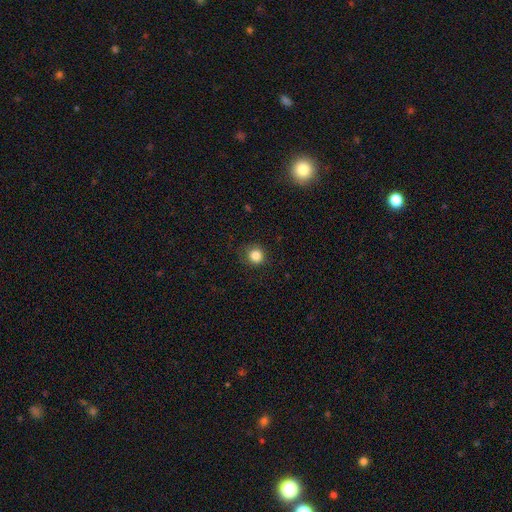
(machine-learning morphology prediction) Smooth or featured: smooth — 84% (star or artifact — 11%)
How rounded: round — 89% (in between — 10%)
Merging: none — 81% (minor disturbance — 13%)